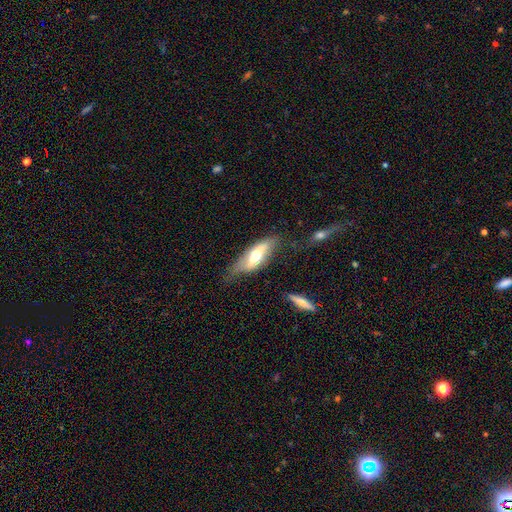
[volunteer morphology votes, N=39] Smooth or featured? 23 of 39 (59%) said smooth. How rounded? 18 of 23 (78%) said in between. Merging? 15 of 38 (39%, tied with minor disturbance) said none.